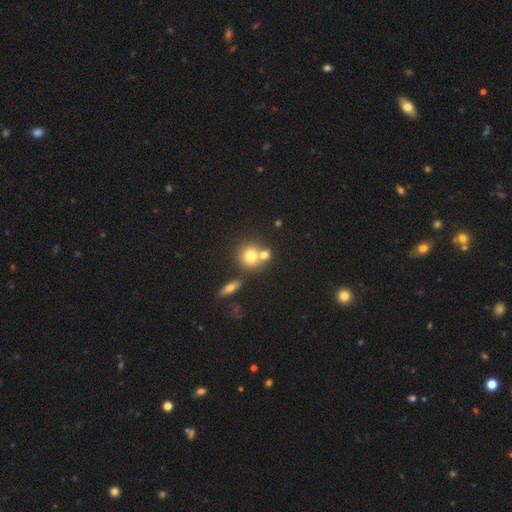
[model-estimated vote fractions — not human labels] The model was most divided on "merging": none: 49%, merger: 41%, minor disturbance: 8%, major disturbance: 3%. More confident: how rounded — round (84%); smooth or featured — smooth (70%).